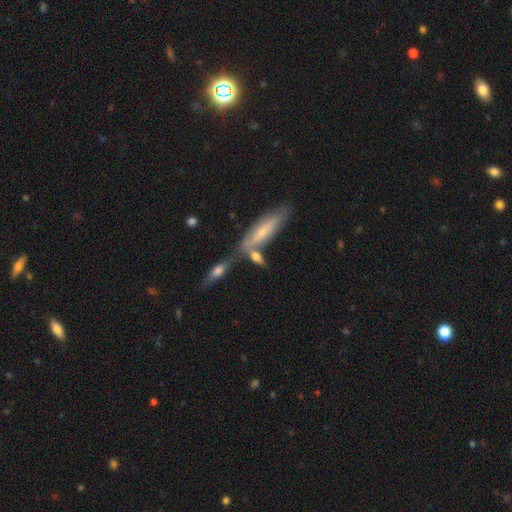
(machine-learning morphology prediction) The model was most divided on "how rounded": in between: 50%, cigar-shaped: 44%, round: 6%. Remaining: smooth or featured — smooth (61%); merging — none (45%).